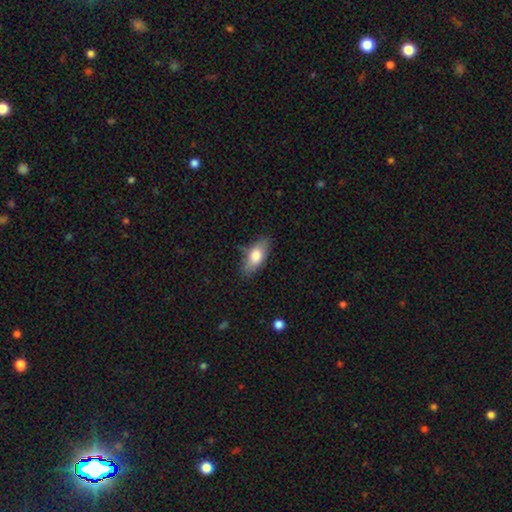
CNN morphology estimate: smooth_or_featured: smooth (p=0.73) [alt: featured or disk p=0.21]
how_rounded: in between (p=0.81) [alt: cigar-shaped p=0.15]
merging: none (p=0.73) [alt: minor disturbance p=0.20]